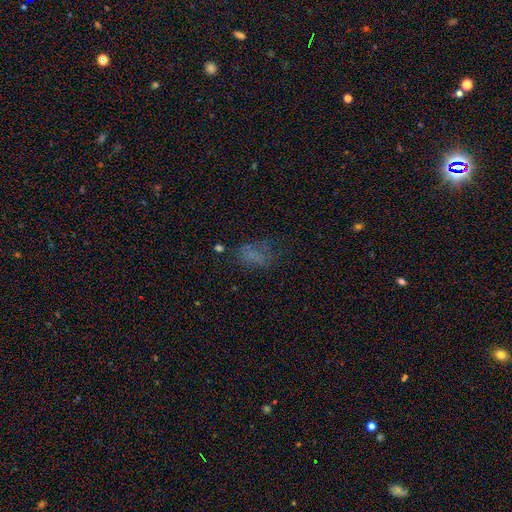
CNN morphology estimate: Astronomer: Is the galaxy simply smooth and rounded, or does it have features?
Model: smooth — 59%.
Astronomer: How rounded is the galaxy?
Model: in between — 84%.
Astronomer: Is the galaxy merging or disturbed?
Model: none — 51%.